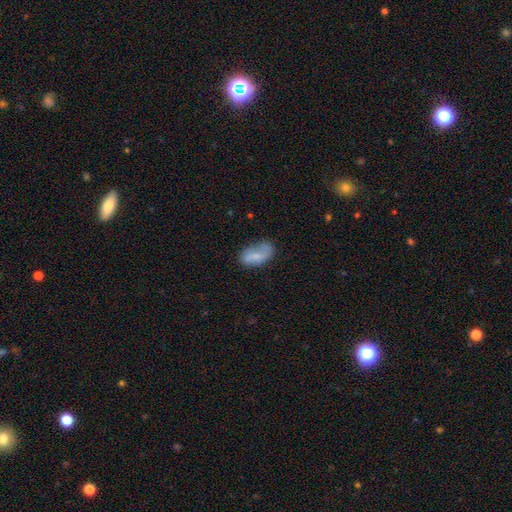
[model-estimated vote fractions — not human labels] A smooth galaxy with no disk features (64%) that is in between round and cigar-shaped (91%). Merging: none (56%).